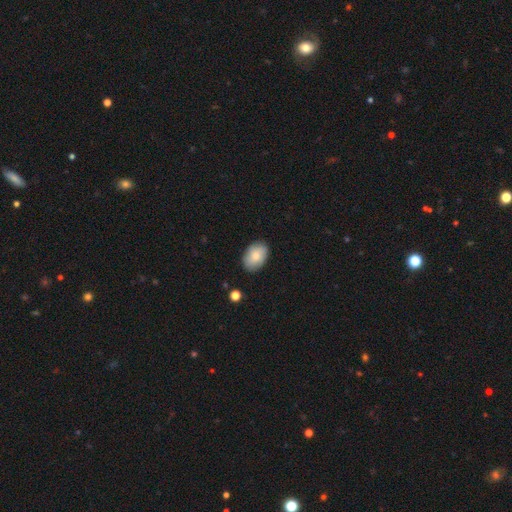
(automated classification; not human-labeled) Overall: smooth (81%). How rounded: in between (86%). Merging: none (86%).